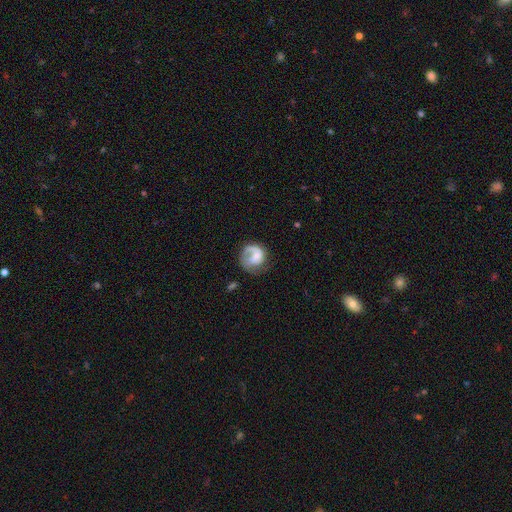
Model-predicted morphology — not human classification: A featured or disk galaxy (61%) with no bar (61%), 1 (80%) tight (36%) spiral arms (86%) and no central bulge (35%). Merging: none (51%).